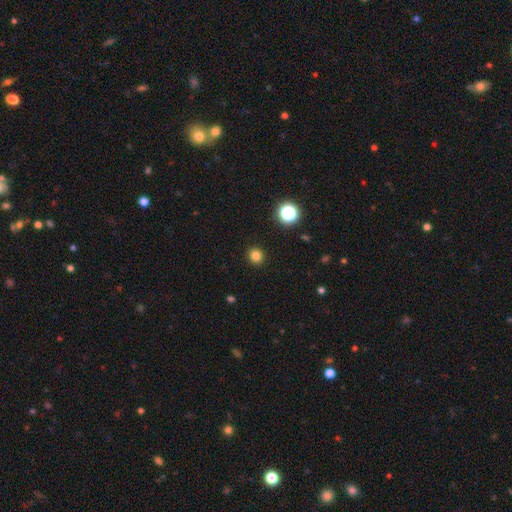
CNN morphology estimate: A smooth galaxy with no disk features (81%) that is round (82%). Merging: none (92%).